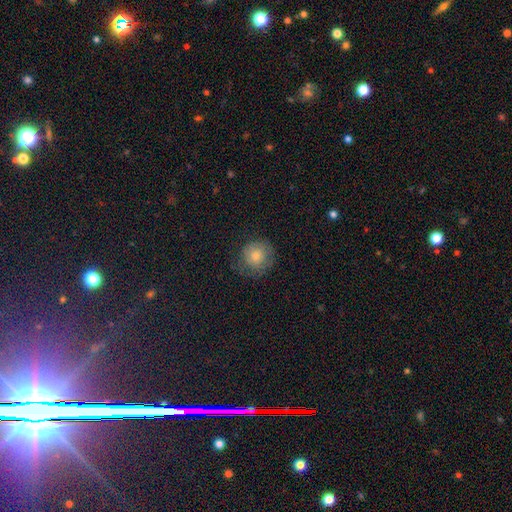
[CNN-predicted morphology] Smooth or featured? Predicted: smooth (p=0.66). How rounded? Predicted: round (p=0.91). Merging? Predicted: none (p=0.73).